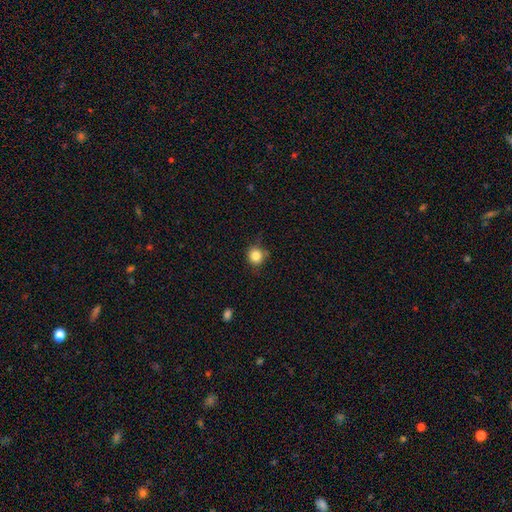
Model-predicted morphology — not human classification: smooth 84%, star or artifact 11%, featured or disk 5%. Down the decision tree: how rounded — round (91%); merging — none (76%).